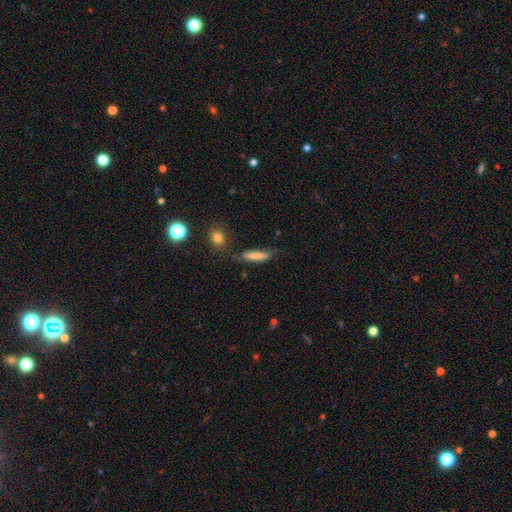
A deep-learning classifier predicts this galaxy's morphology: The model was most divided on "merging": none: 66%, minor disturbance: 22%, major disturbance: 7%, merger: 6%. More confident: smooth or featured — smooth (78%); how rounded — cigar-shaped (75%).